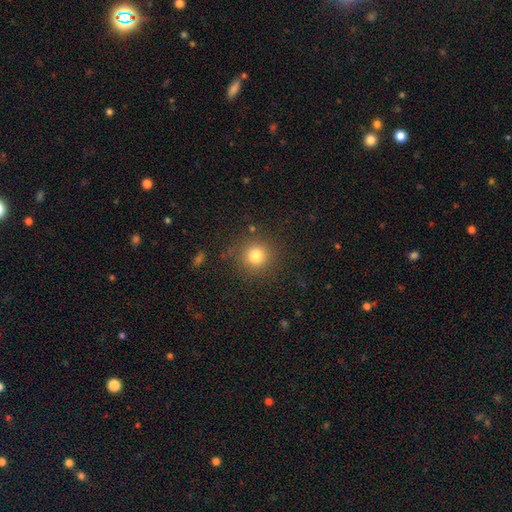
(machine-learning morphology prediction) A smooth galaxy with no disk features (80%) that is round (94%).

Vote fractions:
- Smooth or featured? smooth: 80% / star or artifact: 13% / featured or disk: 7%
- How rounded? round: 94% / in between: 5% / cigar-shaped: 1%
- Merging? none: 87% / minor disturbance: 8% / major disturbance: 3% / merger: 2%